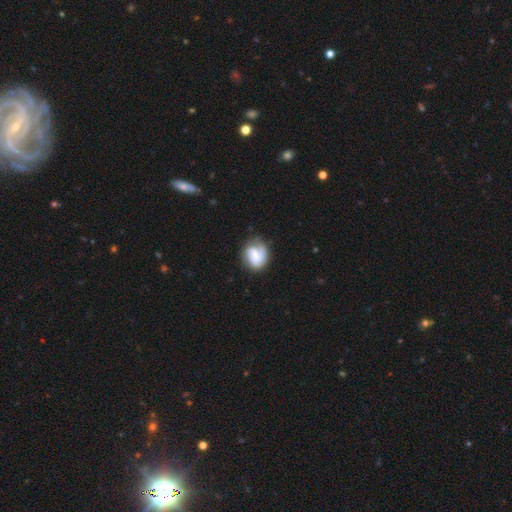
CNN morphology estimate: Smooth or featured?
  - smooth: 49% *
  - featured or disk: 43%
  - star or artifact: 8%
Merging?
  - none: 56% *
  - minor disturbance: 27%
  - major disturbance: 14%
  - merger: 3%